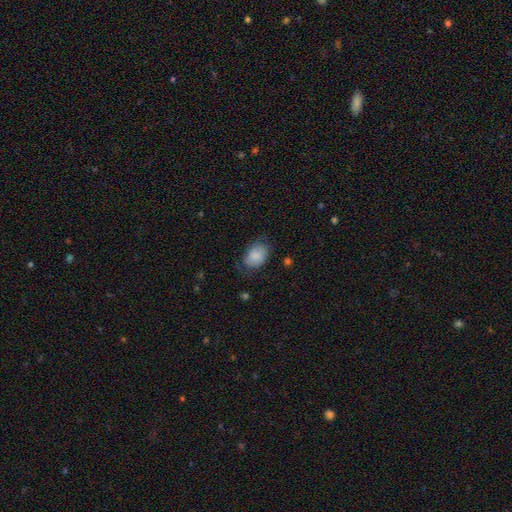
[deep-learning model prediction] Q: Smooth or featured?
A: smooth (82%); runner-up: featured or disk (11%)
Q: How rounded?
A: in between (82%); runner-up: round (17%)
Q: Merging?
A: none (62%); runner-up: minor disturbance (27%)